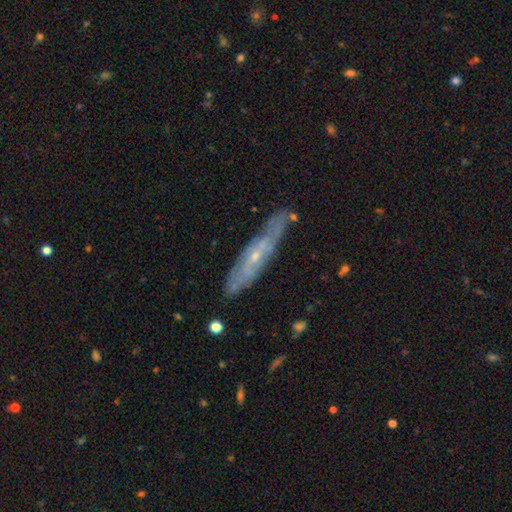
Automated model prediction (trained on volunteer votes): Smooth or featured? Predicted: featured or disk (p=0.69). Edge-on disk? Predicted: no (p=0.51). Merging? Predicted: none (p=0.75).